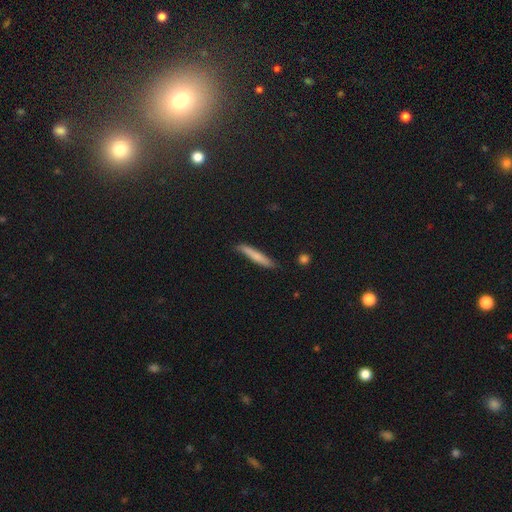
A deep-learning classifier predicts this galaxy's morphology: Q: Smooth or featured?
A: smooth (72%); runner-up: featured or disk (22%)
Q: How rounded?
A: cigar-shaped (93%); runner-up: in between (5%)
Q: Merging?
A: none (79%); runner-up: minor disturbance (16%)